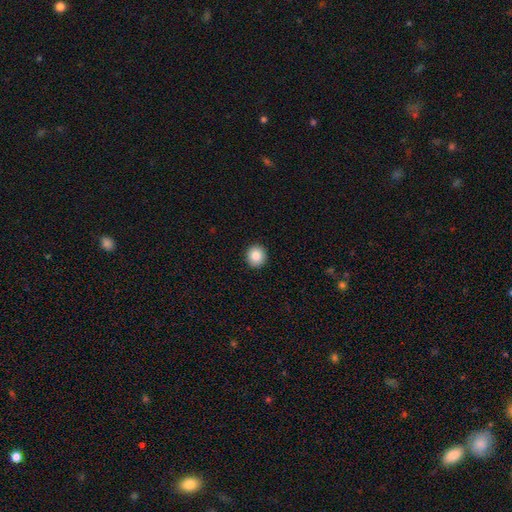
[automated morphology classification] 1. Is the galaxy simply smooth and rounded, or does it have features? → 86% smooth, 9% star or artifact, 5% featured or disk.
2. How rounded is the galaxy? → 90% round, 9% in between, 1% cigar-shaped.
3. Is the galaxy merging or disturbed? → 92% none, 5% minor disturbance, 2% major disturbance, 1% merger.